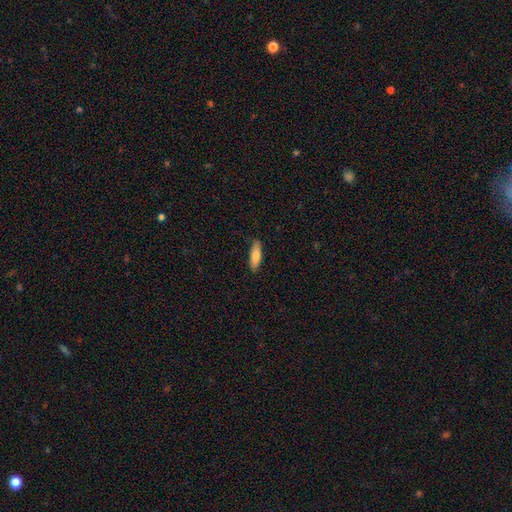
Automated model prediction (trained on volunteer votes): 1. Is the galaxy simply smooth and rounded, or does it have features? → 78% smooth, 16% featured or disk, 6% star or artifact.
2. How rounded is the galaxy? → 57% cigar-shaped, 41% in between, 2% round.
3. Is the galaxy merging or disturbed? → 88% none, 9% minor disturbance, 2% major disturbance, 1% merger.